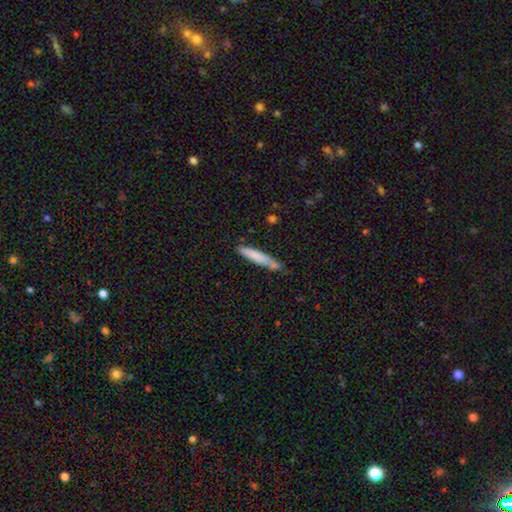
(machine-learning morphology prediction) The model was most divided on "merging": none: 65%, minor disturbance: 22%, merger: 8%, major disturbance: 4%. More confident: how rounded — cigar-shaped (92%); smooth or featured — smooth (77%).